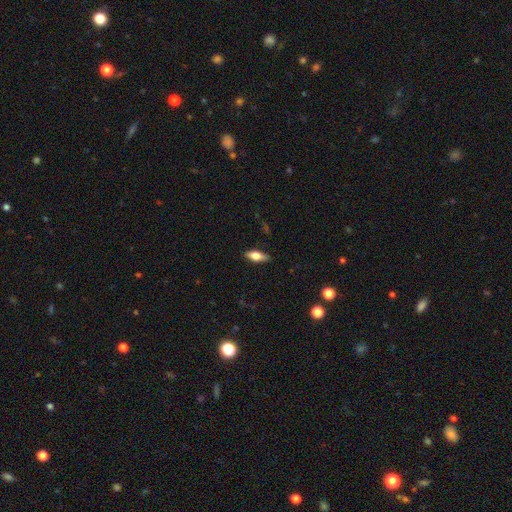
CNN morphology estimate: A smooth galaxy with no disk features (64%) that is in between round and cigar-shaped (73%). Merging: none (85%).